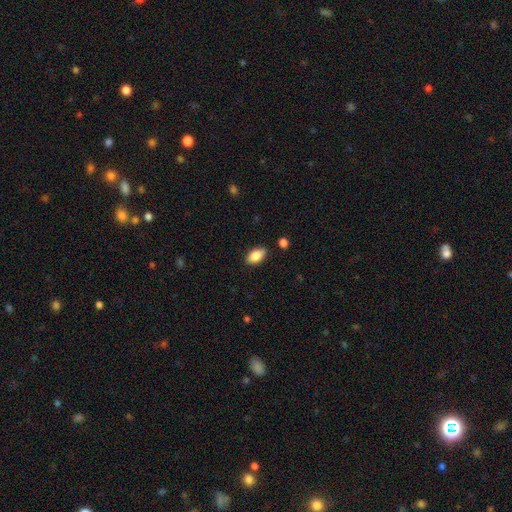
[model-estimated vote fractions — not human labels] Smooth or featured? Predicted: smooth (p=0.85). How rounded? Predicted: in between (p=0.92). Merging? Predicted: none (p=0.85).